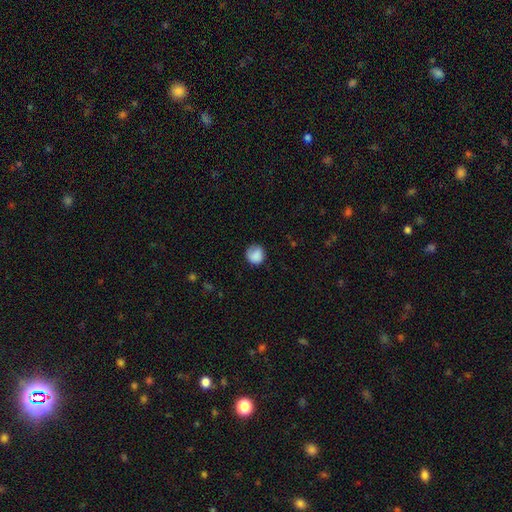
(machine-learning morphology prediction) The model was most divided on "merging": none: 69%, minor disturbance: 22%, major disturbance: 7%, merger: 1%. More confident: how rounded — round (86%); smooth or featured — smooth (84%).